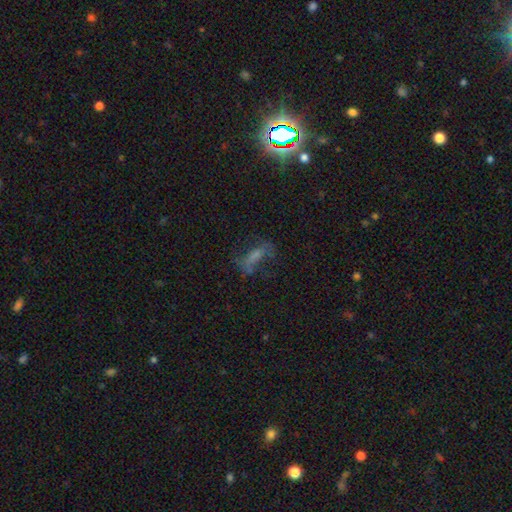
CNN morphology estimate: This is marginally a smooth galaxy (41%). Merging: marginally none (40%).